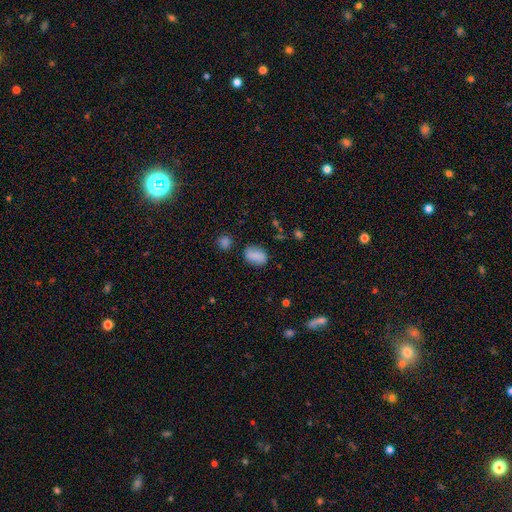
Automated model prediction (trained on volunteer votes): A smooth galaxy with no disk features (79%) that is in between round and cigar-shaped (82%). Merging: none (74%).